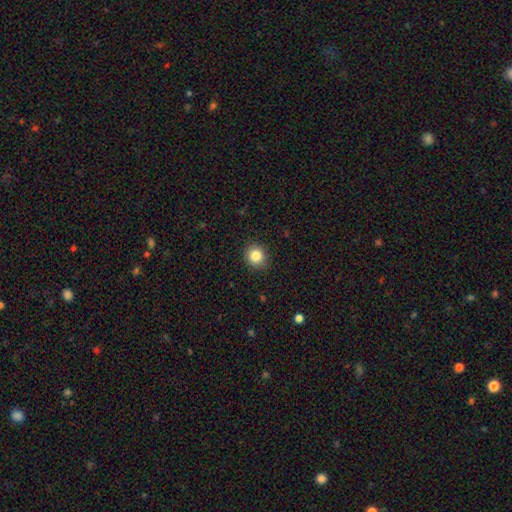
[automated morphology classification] Smooth or featured: smooth — 84% (star or artifact — 10%)
How rounded: round — 86% (in between — 13%)
Merging: none — 91% (minor disturbance — 6%)